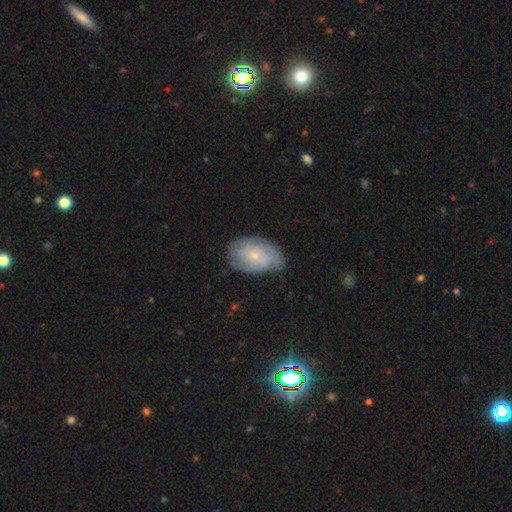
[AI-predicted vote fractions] Morphology: type=featured or disk (58%); edge-on=no (96%); bar=no (76%); spiral arms=yes (87%); bulge=small (70%); merging=none (63%).